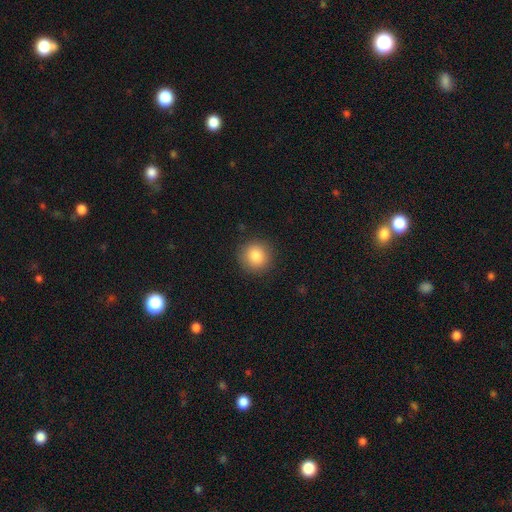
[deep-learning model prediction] Morphology: type=smooth (84%); roundness=round (92%); merging=none (90%).